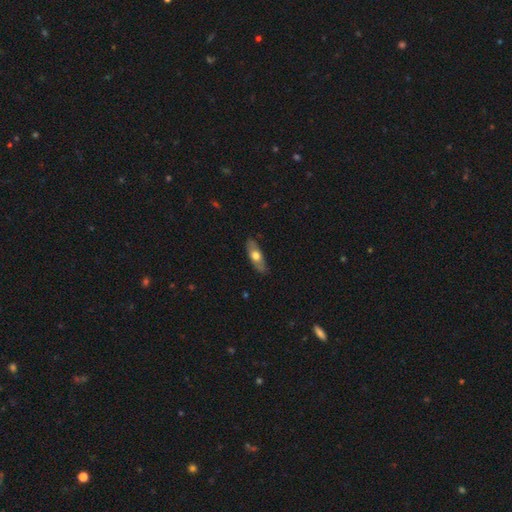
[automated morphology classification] Smooth or featured? Predicted: smooth (p=0.55). How rounded? Predicted: in between (p=0.66). Merging? Predicted: none (p=0.83).